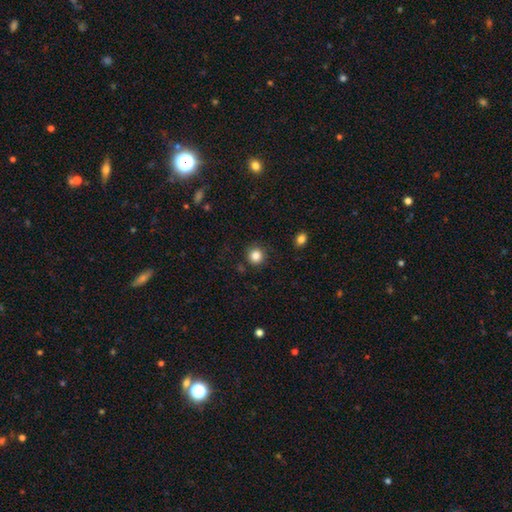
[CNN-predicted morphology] Smooth or featured? Predicted: smooth (p=0.85). How rounded? Predicted: round (p=0.93). Merging? Predicted: none (p=0.88).